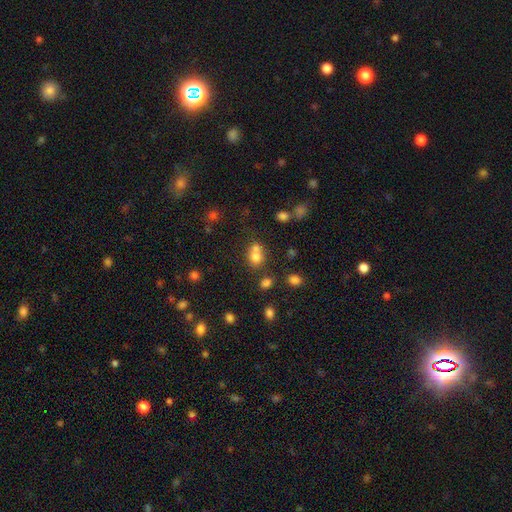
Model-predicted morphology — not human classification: Smooth or featured: smooth — 73% (star or artifact — 14%)
How rounded: round — 65% (in between — 34%)
Merging: merger — 50% (none — 37%)